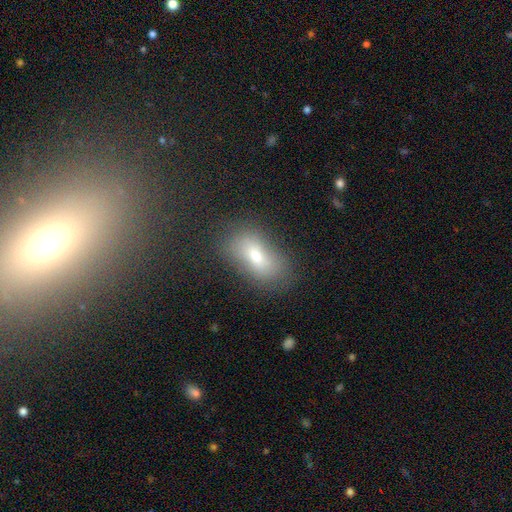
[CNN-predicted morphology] Smooth or featured? Predicted: smooth (p=0.70). How rounded? Predicted: in between (p=0.87). Merging? Predicted: none (p=0.68).